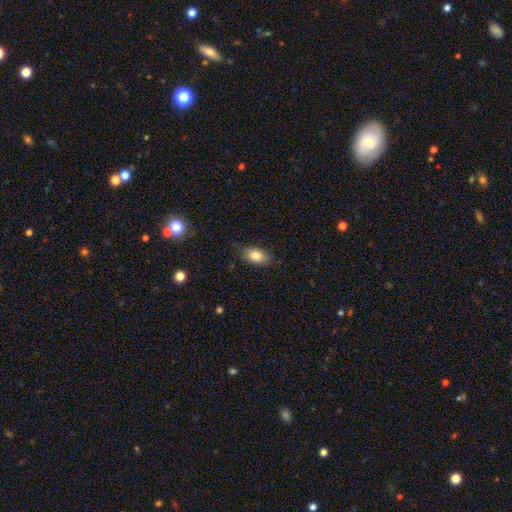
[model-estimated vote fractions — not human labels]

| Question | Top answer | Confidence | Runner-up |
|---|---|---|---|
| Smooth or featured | smooth | 83% | featured or disk (9%) |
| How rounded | in between | 88% | round (9%) |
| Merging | none | 80% | minor disturbance (16%) |